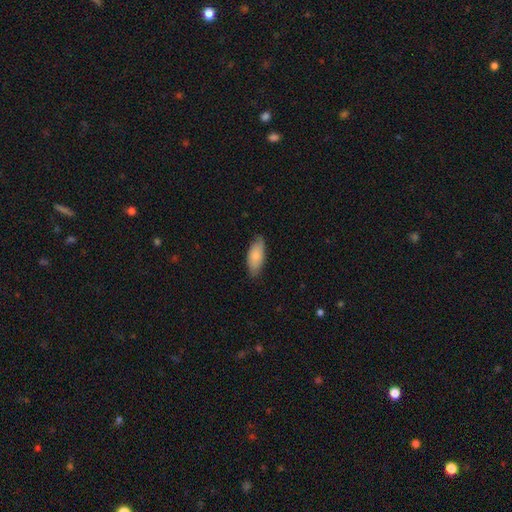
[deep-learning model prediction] A smooth galaxy with no disk features (77%) that is in between round and cigar-shaped (85%).

Vote fractions:
- Smooth or featured? smooth: 77% / featured or disk: 17% / star or artifact: 6%
- How rounded? in between: 85% / cigar-shaped: 13% / round: 2%
- Merging? none: 78% / minor disturbance: 18% / major disturbance: 3% / merger: 1%